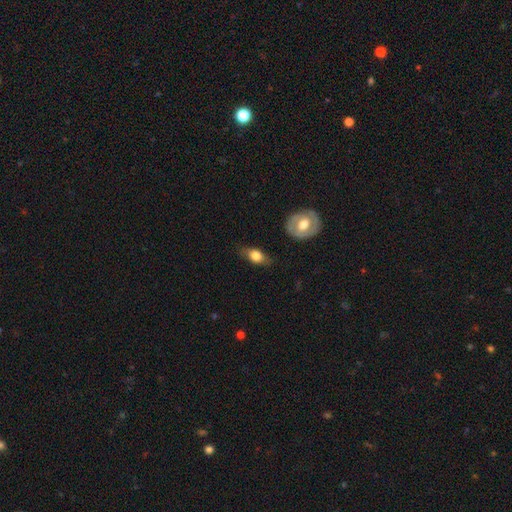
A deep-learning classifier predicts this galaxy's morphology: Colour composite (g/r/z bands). It shows a smooth galaxy with no disk features (70%) that is in between round and cigar-shaped (81%). Merging: none (73%).